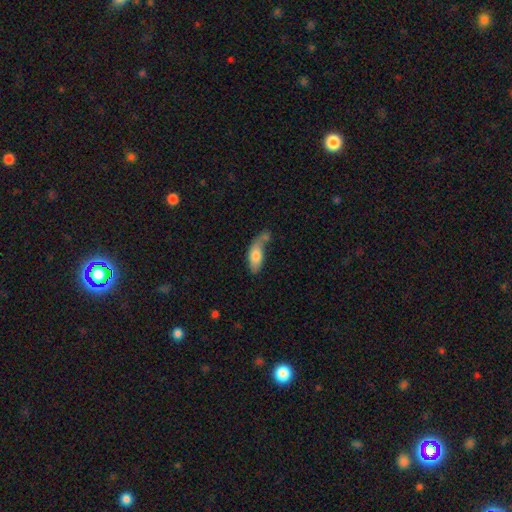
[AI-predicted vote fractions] Morphology: type=smooth (72%); roundness=in between (81%); merging=none (32%).